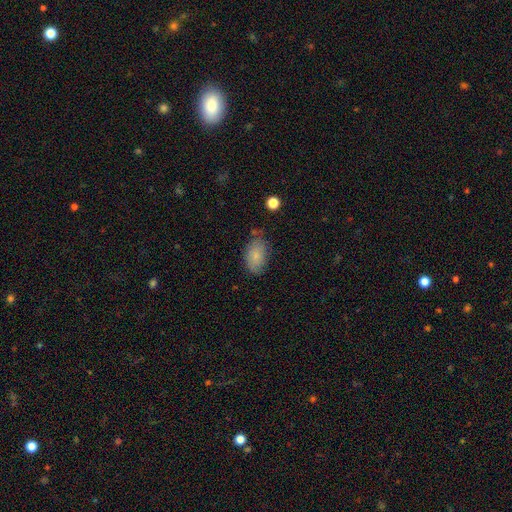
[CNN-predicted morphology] The model was most divided on "merging": none: 70%, minor disturbance: 21%, major disturbance: 5%, merger: 3%. More confident: how rounded — in between (92%); smooth or featured — smooth (80%).